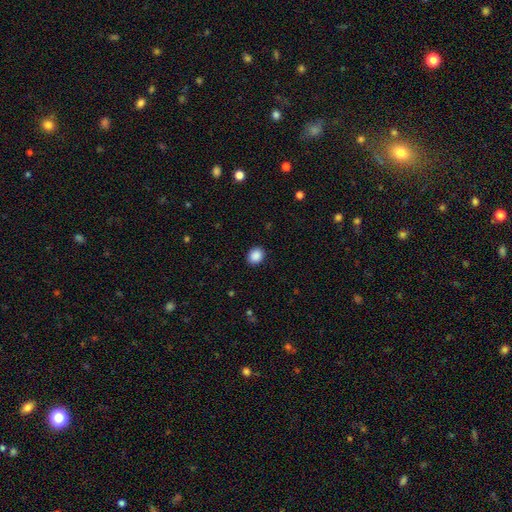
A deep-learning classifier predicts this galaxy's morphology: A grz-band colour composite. It shows a smooth galaxy with no disk features (89%) that is round (62%). Merging: none (90%).